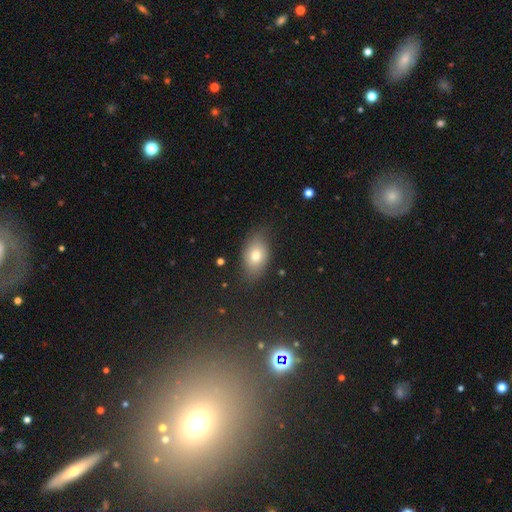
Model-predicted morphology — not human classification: A smooth galaxy with no disk features (75%) that is in between round and cigar-shaped (88%).

Vote fractions:
- Smooth or featured? smooth: 75% / featured or disk: 15% / star or artifact: 10%
- How rounded? in between: 88% / round: 10% / cigar-shaped: 2%
- Merging? none: 78% / minor disturbance: 16% / major disturbance: 5% / merger: 2%